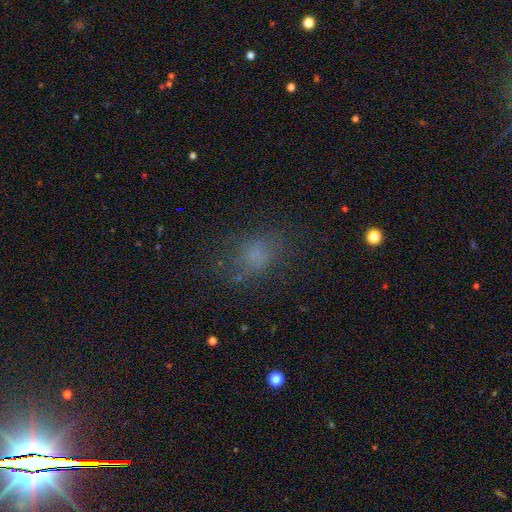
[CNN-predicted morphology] Smooth or featured: smooth — 65% (star or artifact — 20%)
How rounded: in between — 64% (round — 34%)
Merging: none — 65% (minor disturbance — 19%)